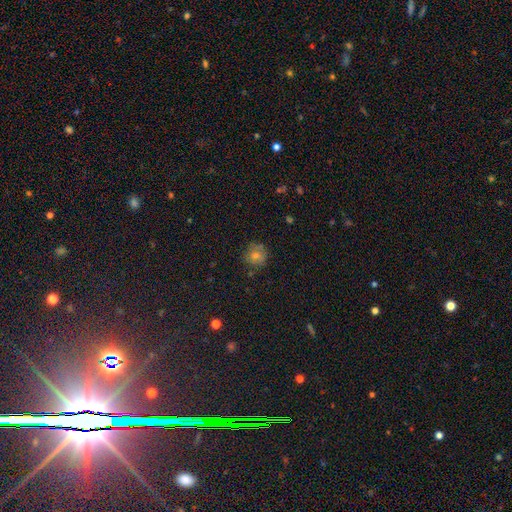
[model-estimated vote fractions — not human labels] This appears to be a smooth galaxy with no disk features (61%) that is round (90%). Merging: none (81%).